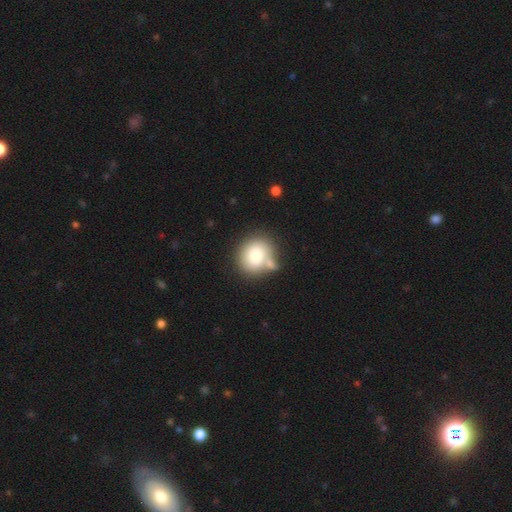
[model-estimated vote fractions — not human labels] Smooth or featured: smooth — 79% (featured or disk — 12%)
How rounded: round — 72% (in between — 27%)
Merging: none — 56% (merger — 23%)